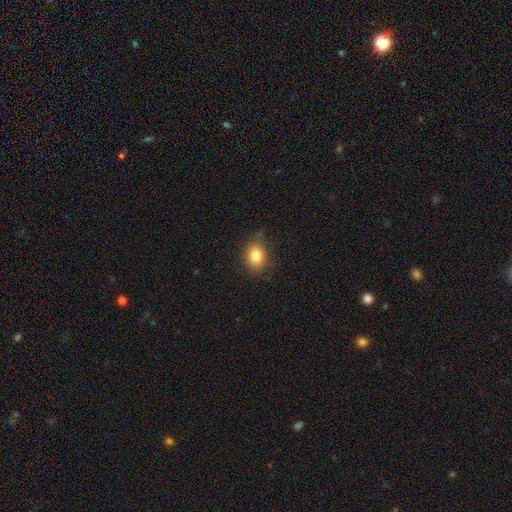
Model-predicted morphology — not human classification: A smooth galaxy with no disk features (82%) that is in between round and cigar-shaped (54%).

Vote fractions:
- Smooth or featured? smooth: 82% / star or artifact: 10% / featured or disk: 8%
- How rounded? in between: 54% / round: 45% / cigar-shaped: 1%
- Merging? none: 74% / minor disturbance: 20% / major disturbance: 4% / merger: 1%